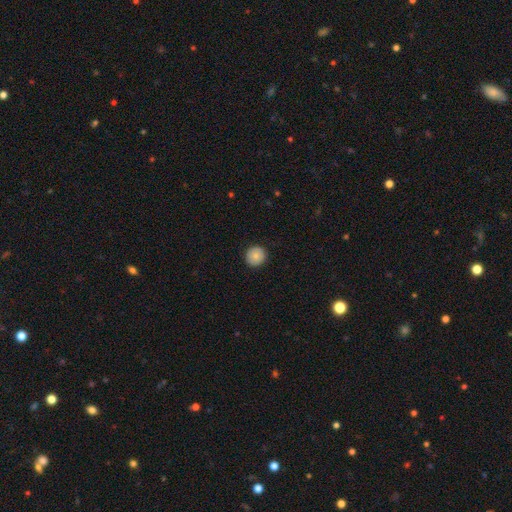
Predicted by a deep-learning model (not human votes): Smooth or featured? Predicted: smooth (p=0.82). How rounded? Predicted: round (p=0.92). Merging? Predicted: none (p=0.90).